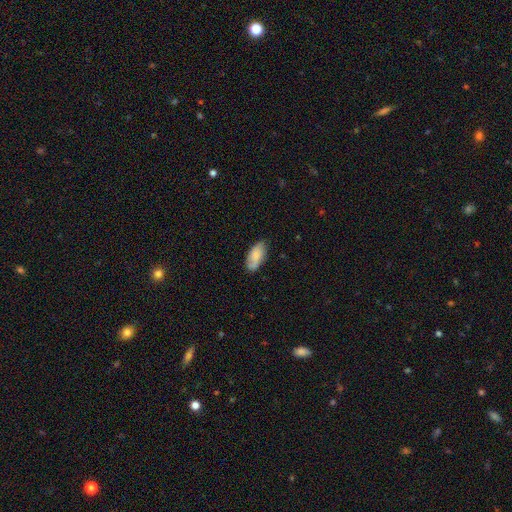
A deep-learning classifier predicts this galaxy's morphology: This is likely a smooth galaxy (72%). How rounded: clearly in between (92%). Merging: likely none (74%).